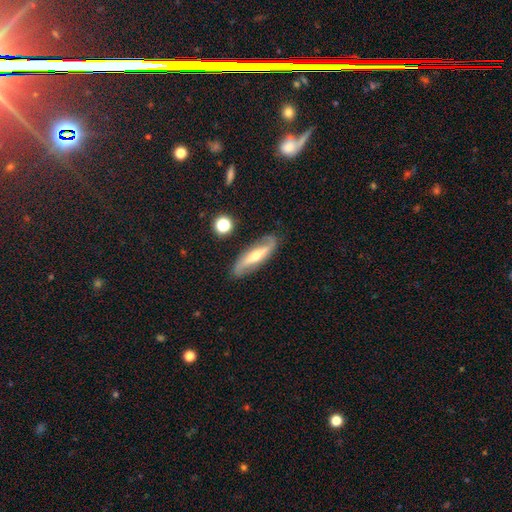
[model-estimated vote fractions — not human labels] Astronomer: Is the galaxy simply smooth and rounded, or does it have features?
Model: featured or disk — 72%.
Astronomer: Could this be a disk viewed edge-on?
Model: no — 76%.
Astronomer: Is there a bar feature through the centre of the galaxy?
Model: strong — 37% (runner-up: no, 34%).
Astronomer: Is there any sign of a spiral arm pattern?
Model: yes — 87%.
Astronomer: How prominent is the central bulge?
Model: moderate — 57% (runner-up: small, 36%).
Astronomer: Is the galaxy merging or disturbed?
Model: none — 80%.